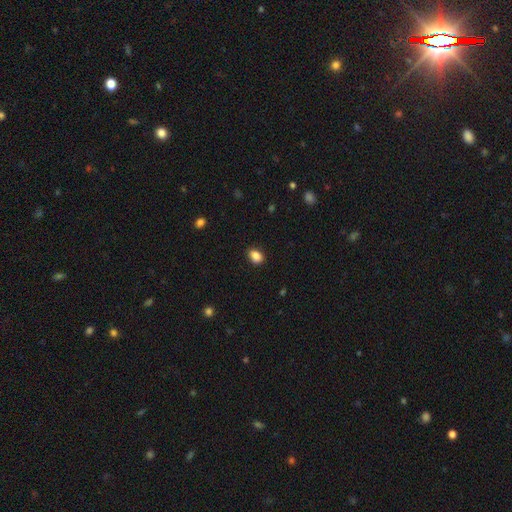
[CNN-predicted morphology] This appears to be a smooth galaxy with no disk features (87%) that is in between round and cigar-shaped (72%). Merging: none (85%).